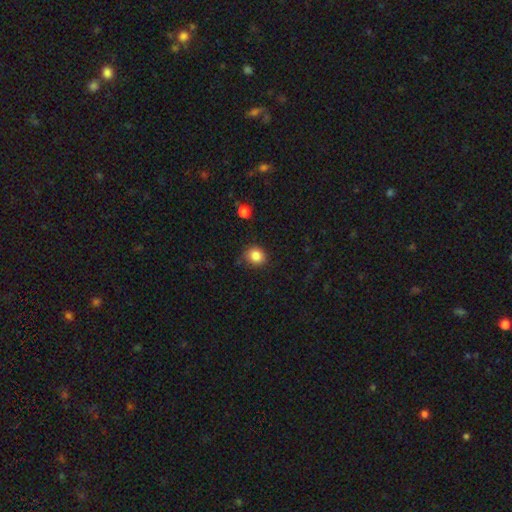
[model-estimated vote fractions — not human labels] smooth-or-featured: smooth: 84% | star or artifact: 11% | featured or disk: 5%
  how-rounded: round: 74% | in between: 25% | cigar-shaped: 1%
  merging: none: 80% | minor disturbance: 15% | major disturbance: 3% | merger: 2%